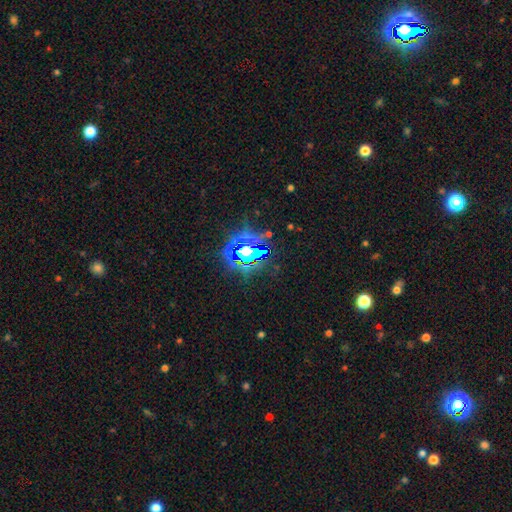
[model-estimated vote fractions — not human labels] This appears to be a star or artifact, not a galaxy (81%).